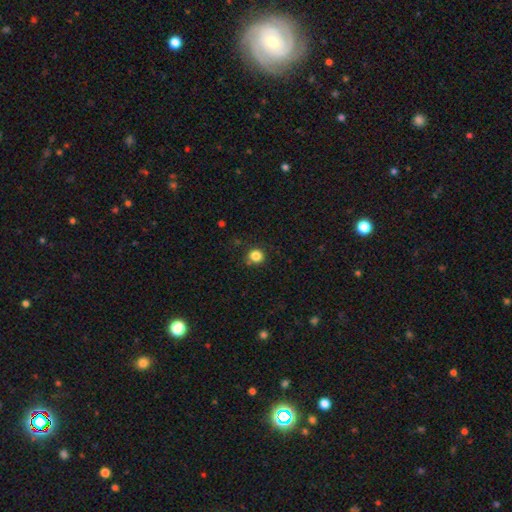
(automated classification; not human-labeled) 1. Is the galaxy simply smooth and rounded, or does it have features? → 84% smooth, 12% star or artifact, 4% featured or disk.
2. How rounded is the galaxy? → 90% round, 9% in between, 1% cigar-shaped.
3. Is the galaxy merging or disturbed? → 86% none, 9% minor disturbance, 2% major disturbance, 2% merger.